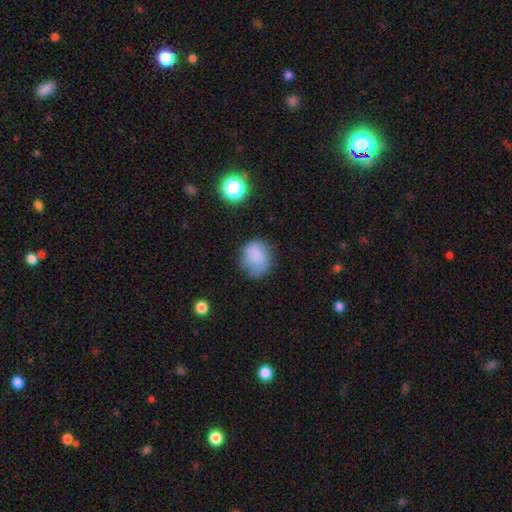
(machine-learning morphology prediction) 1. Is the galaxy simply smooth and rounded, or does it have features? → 78% smooth, 11% star or artifact, 11% featured or disk.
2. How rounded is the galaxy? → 59% round, 40% in between, 1% cigar-shaped.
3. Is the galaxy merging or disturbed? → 54% none, 30% minor disturbance, 13% major disturbance, 3% merger.